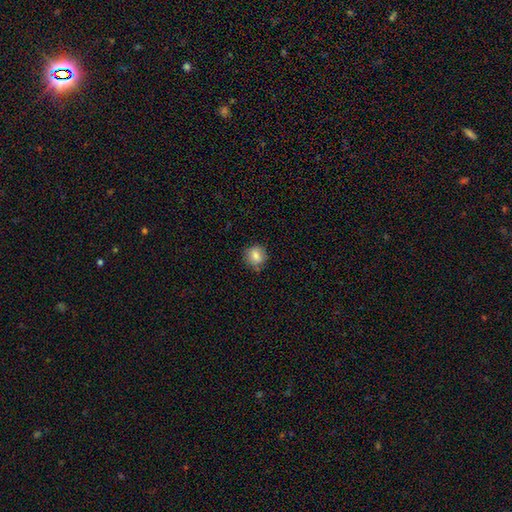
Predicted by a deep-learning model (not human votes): Smooth or featured?
  - smooth: 81% *
  - star or artifact: 10%
  - featured or disk: 9%
How rounded?
  - round: 85% *
  - in between: 14%
  - cigar-shaped: 1%
Merging?
  - none: 80% *
  - minor disturbance: 15%
  - major disturbance: 3%
  - merger: 2%